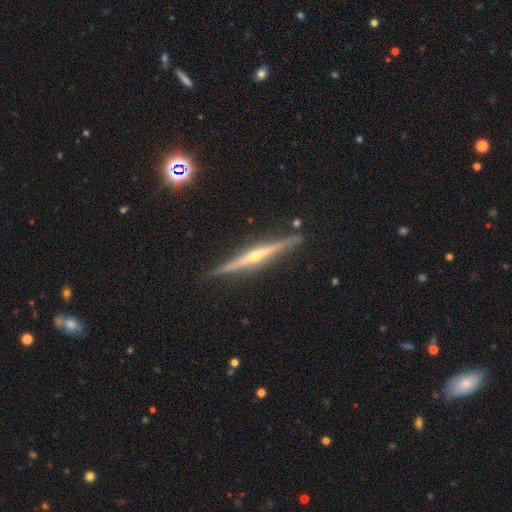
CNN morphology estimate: Overall: featured or disk (84%). Edge-on disk: yes (98%). Edge-on bulge: rounded (81%). Merging: none (90%).